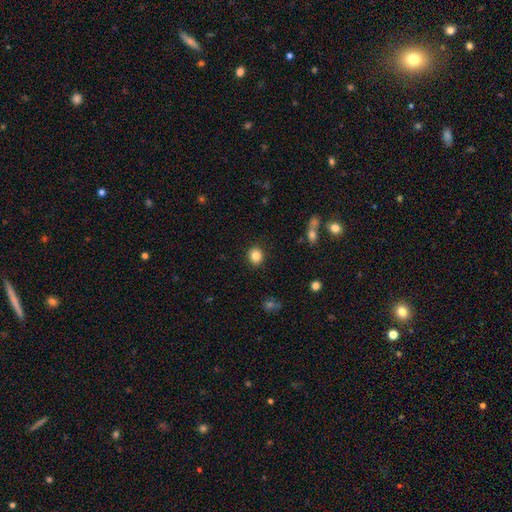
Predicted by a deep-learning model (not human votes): Q: Smooth or featured?
A: smooth (84%); runner-up: star or artifact (11%)
Q: How rounded?
A: round (81%); runner-up: in between (18%)
Q: Merging?
A: none (91%); runner-up: minor disturbance (6%)